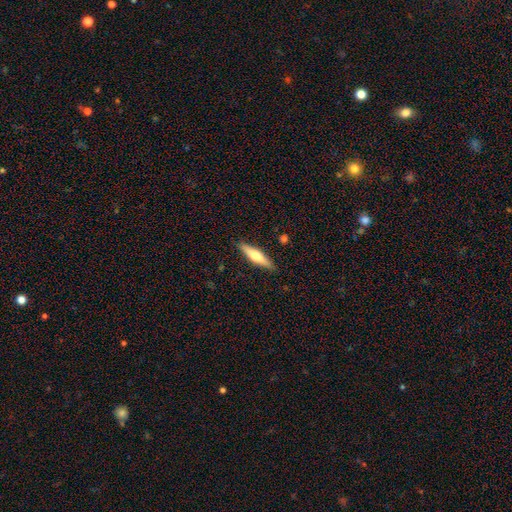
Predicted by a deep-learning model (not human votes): A smooth galaxy with no disk features (49%). Merging: none (89%).